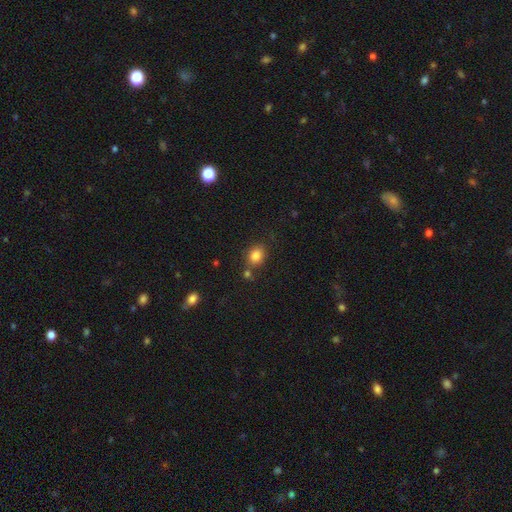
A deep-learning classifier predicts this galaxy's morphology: Q: Smooth or featured?
A: smooth (83%); runner-up: star or artifact (11%)
Q: How rounded?
A: round (60%); runner-up: in between (39%)
Q: Merging?
A: none (72%); runner-up: merger (12%)